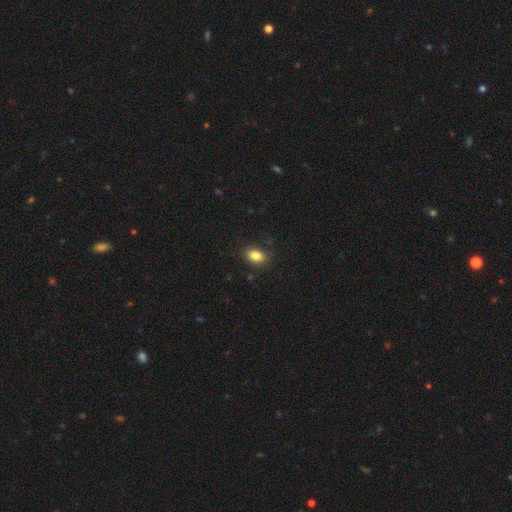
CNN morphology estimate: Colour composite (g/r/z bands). It shows a smooth galaxy with no disk features (84%) that is in between round and cigar-shaped (83%). Merging: none (84%).